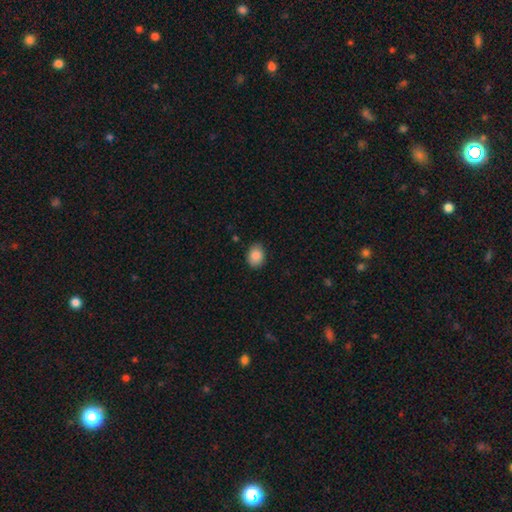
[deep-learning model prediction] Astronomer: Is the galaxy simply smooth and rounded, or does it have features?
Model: smooth — 88%.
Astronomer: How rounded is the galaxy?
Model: in between — 61% (runner-up: round, 38%).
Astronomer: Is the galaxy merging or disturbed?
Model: none — 84%.